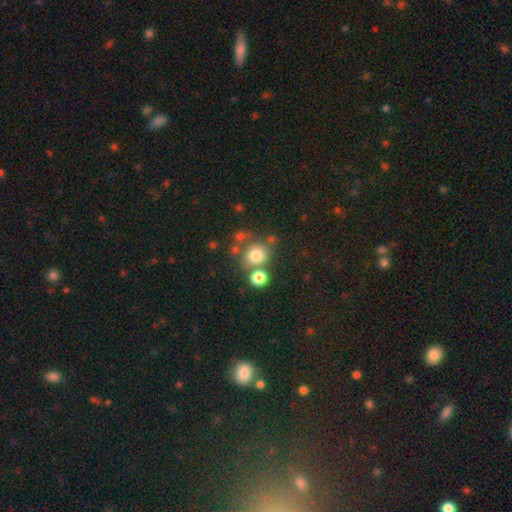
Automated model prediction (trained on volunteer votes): The model was most divided on "merging": none: 63%, merger: 22%, minor disturbance: 11%, major disturbance: 5%. More confident: how rounded — round (83%); smooth or featured — smooth (76%).